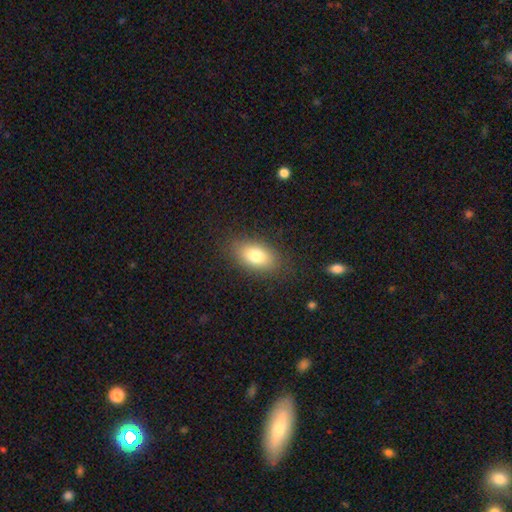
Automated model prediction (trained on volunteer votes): smooth-or-featured: smooth: 78% | featured or disk: 13% | star or artifact: 9%
  how-rounded: in between: 88% | round: 9% | cigar-shaped: 3%
  merging: none: 84% | minor disturbance: 11% | major disturbance: 4% | merger: 1%